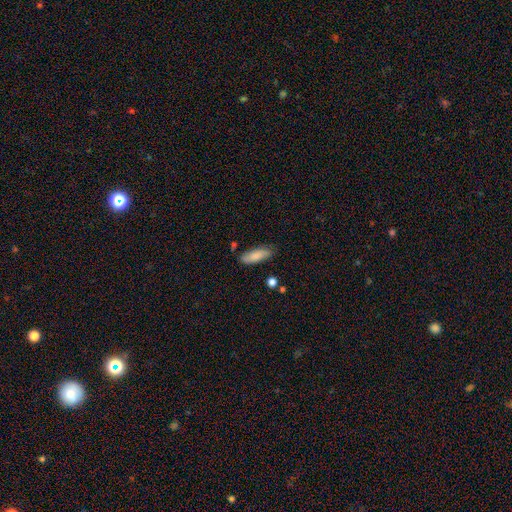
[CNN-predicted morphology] smooth_or_featured: smooth (p=0.83) [alt: featured or disk p=0.11]
how_rounded: in between (p=0.58) [alt: cigar-shaped p=0.40]
merging: none (p=0.79) [alt: minor disturbance p=0.15]